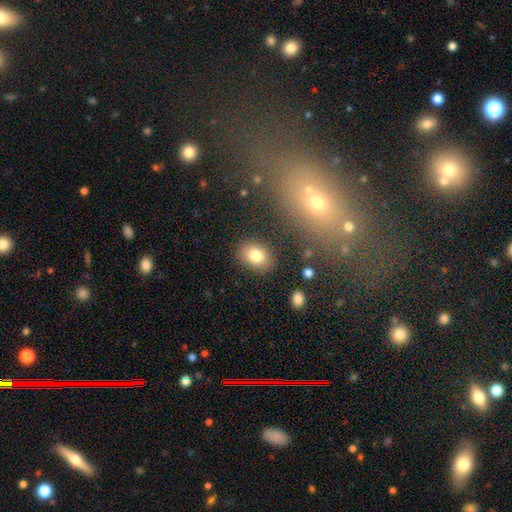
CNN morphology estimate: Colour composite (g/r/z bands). It shows a smooth galaxy with no disk features (81%) that is in between round and cigar-shaped (72%). Merging: none (85%).